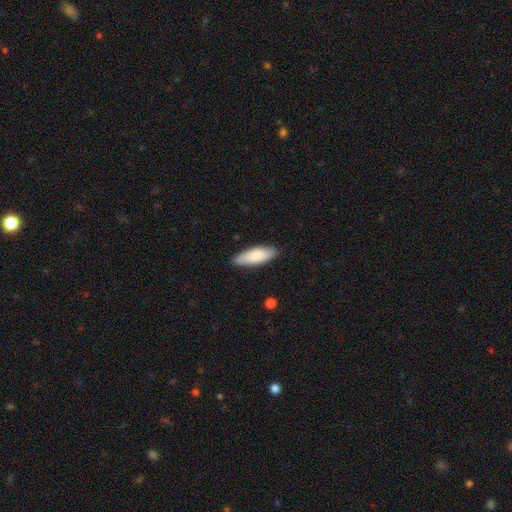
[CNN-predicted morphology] Overall: smooth (85%). How rounded: in between (60%; cigar-shaped 39%). Merging: none (85%).